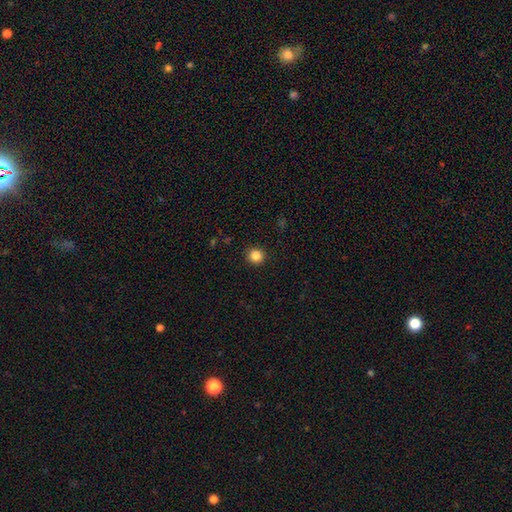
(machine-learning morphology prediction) The model was most divided on "smooth or featured": smooth: 84%, star or artifact: 12%, featured or disk: 4%. More confident: how rounded — round (93%); merging — none (92%).